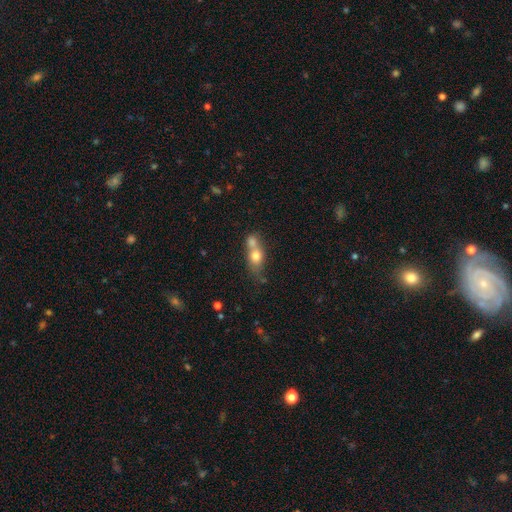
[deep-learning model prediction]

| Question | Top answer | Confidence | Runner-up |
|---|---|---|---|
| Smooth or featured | smooth | 72% | featured or disk (19%) |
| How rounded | in between | 55% | round (37%) |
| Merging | merger | 62% | none (24%) |